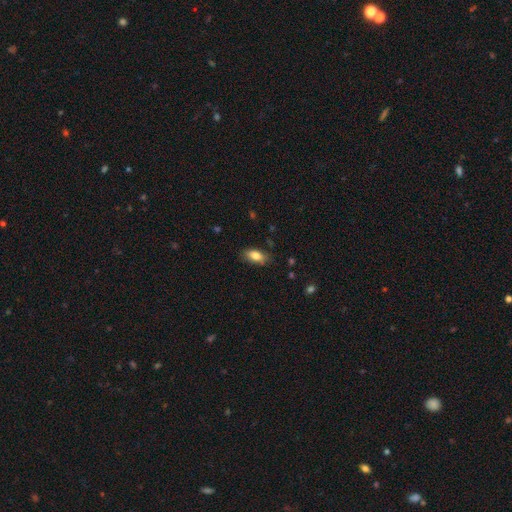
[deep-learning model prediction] Smooth or featured?
  - smooth: 82% *
  - featured or disk: 10%
  - star or artifact: 7%
How rounded?
  - in between: 87% *
  - cigar-shaped: 10%
  - round: 4%
Merging?
  - none: 81% *
  - minor disturbance: 15%
  - major disturbance: 3%
  - merger: 1%